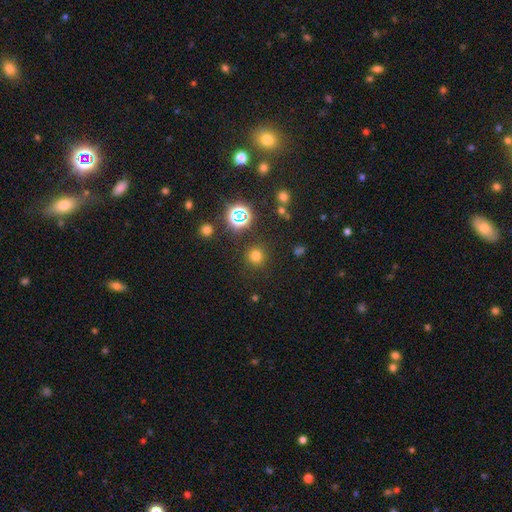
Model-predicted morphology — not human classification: Smooth or featured? Predicted: smooth (p=0.71). How rounded? Predicted: round (p=0.94). Merging? Predicted: none (p=0.89).